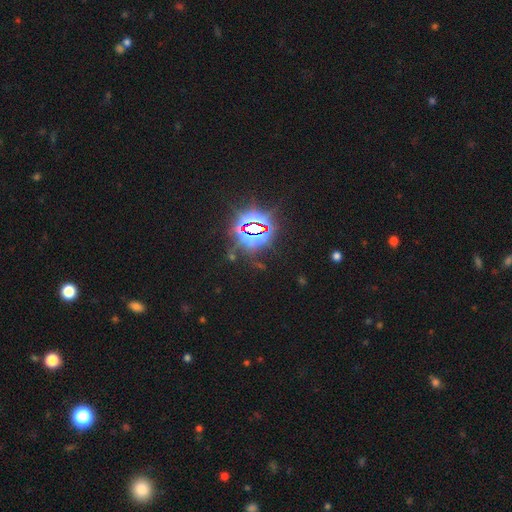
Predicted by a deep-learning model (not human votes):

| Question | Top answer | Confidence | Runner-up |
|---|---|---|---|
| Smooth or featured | star or artifact | 84% | smooth (9%) |